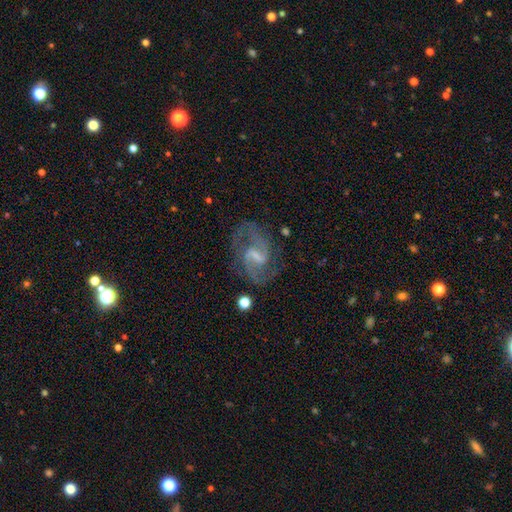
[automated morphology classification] The model was most divided on "bulge size": none: 40%, small: 33%, moderate: 22%, large: 4%, dominant: 1%. More confident: edge-on disk — no (97%); spiral arms — yes (96%); spiral arm count — 2 (90%); smooth or featured — featured or disk (87%); merging — none (73%); spiral winding — medium (59%); bar — weak (55%).